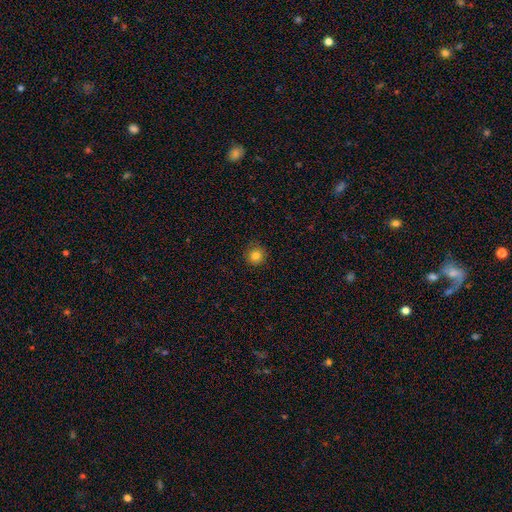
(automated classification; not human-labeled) smooth 82%, star or artifact 12%, featured or disk 6%. Down the decision tree: how rounded — round (93%); merging — none (88%).